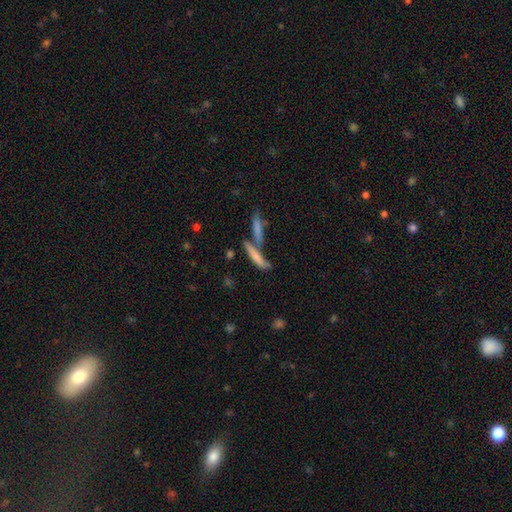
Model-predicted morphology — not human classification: This is likely a smooth galaxy (66%). How rounded: clearly cigar-shaped (83%). Merging: possibly none (46%).